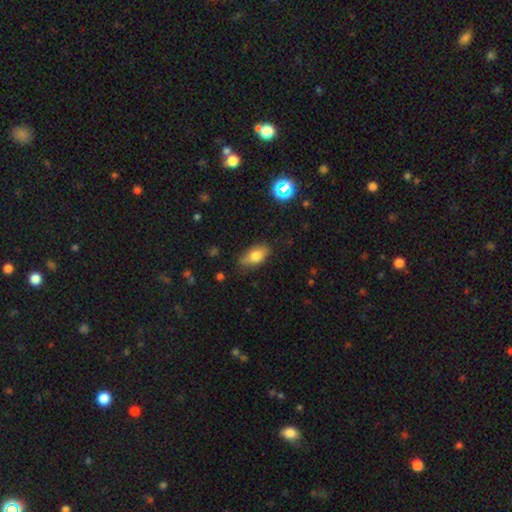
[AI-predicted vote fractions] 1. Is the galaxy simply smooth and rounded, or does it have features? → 76% smooth, 14% featured or disk, 9% star or artifact.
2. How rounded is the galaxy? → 87% in between, 8% round, 5% cigar-shaped.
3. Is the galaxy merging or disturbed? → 74% none, 20% minor disturbance, 4% major disturbance, 2% merger.